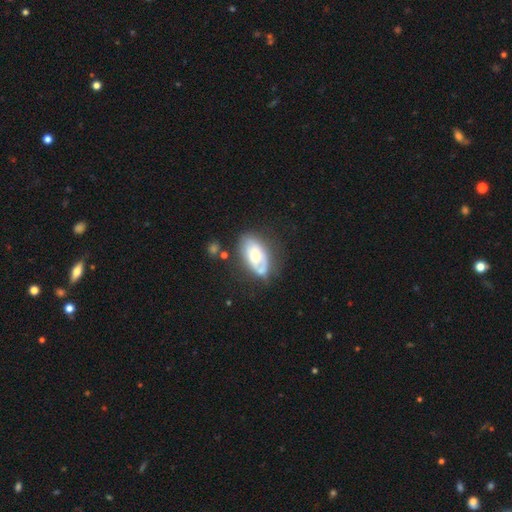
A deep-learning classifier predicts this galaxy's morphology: smooth_or_featured: featured or disk (p=0.53) [alt: smooth p=0.41]
disk_edge_on: no (p=0.89) [alt: yes p=0.11]
merging: none (p=0.56) [alt: minor disturbance p=0.26]